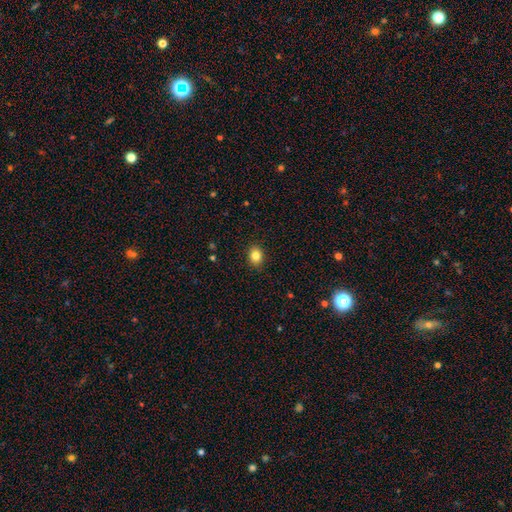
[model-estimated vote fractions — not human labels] Smooth or featured? smooth (84%)
How rounded? in between (56%)
Merging? none (89%)